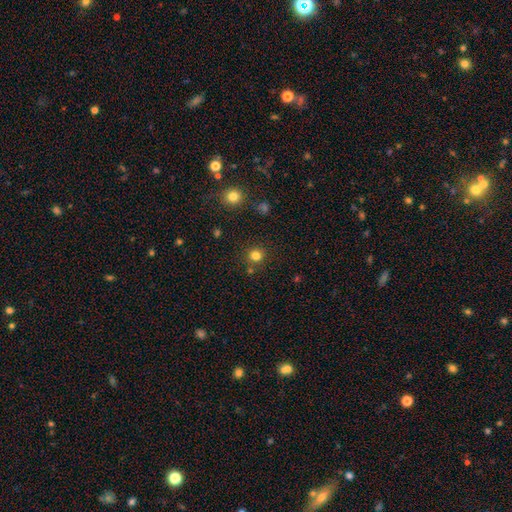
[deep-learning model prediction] A smooth galaxy with no disk features (80%) that is round (88%).

Vote fractions:
- Smooth or featured? smooth: 80% / star or artifact: 15% / featured or disk: 5%
- How rounded? round: 88% / in between: 11% / cigar-shaped: 1%
- Merging? none: 82% / minor disturbance: 8% / merger: 7% / major disturbance: 3%